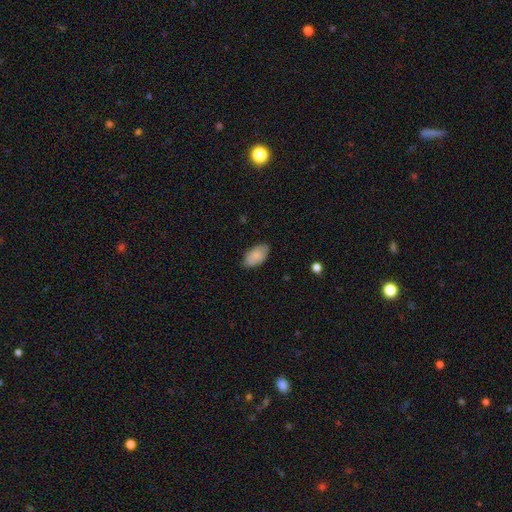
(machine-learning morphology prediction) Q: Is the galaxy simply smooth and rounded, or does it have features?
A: smooth — 80%.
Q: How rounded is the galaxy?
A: in between — 94%.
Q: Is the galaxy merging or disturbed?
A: none — 79%.